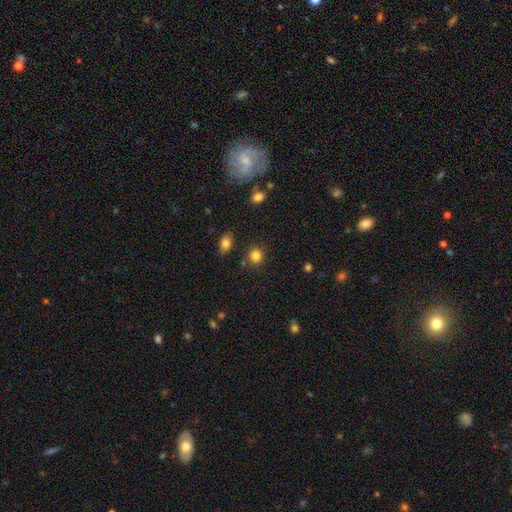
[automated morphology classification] smooth_or_featured: smooth (p=0.84) [alt: star or artifact p=0.11]
how_rounded: round (p=0.85) [alt: in between p=0.14]
merging: none (p=0.86) [alt: minor disturbance p=0.08]